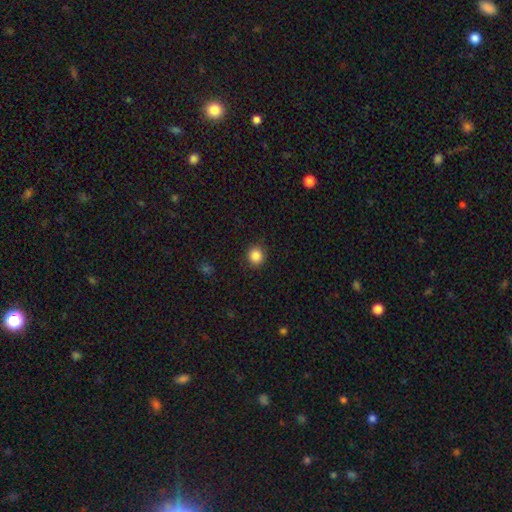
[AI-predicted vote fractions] A smooth galaxy with no disk features (86%) that is round (87%).

Vote fractions:
- Smooth or featured? smooth: 86% / star or artifact: 10% / featured or disk: 4%
- How rounded? round: 87% / in between: 12% / cigar-shaped: 1%
- Merging? none: 89% / minor disturbance: 7% / major disturbance: 2% / merger: 1%